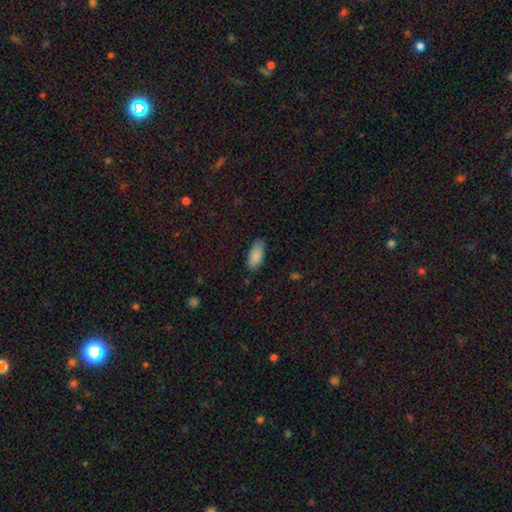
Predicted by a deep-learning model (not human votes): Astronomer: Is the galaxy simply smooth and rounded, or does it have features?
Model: smooth — 88%.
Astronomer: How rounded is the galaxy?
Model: in between — 88%.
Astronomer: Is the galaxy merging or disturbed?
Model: none — 82%.